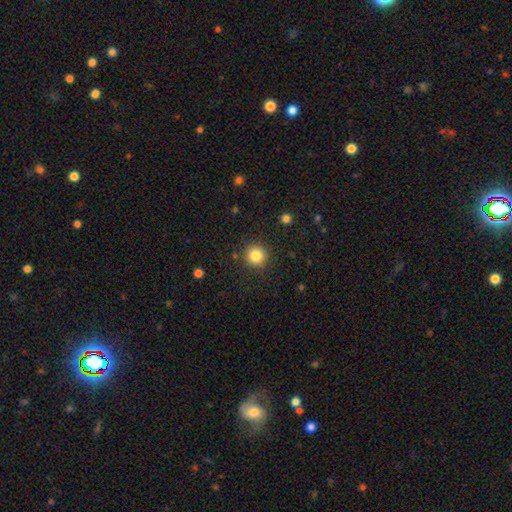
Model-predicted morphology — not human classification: A smooth galaxy with no disk features (83%) that is round (94%).

Vote fractions:
- Smooth or featured? smooth: 83% / star or artifact: 11% / featured or disk: 6%
- How rounded? round: 94% / in between: 5% / cigar-shaped: 1%
- Merging? none: 90% / minor disturbance: 6% / major disturbance: 2% / merger: 1%